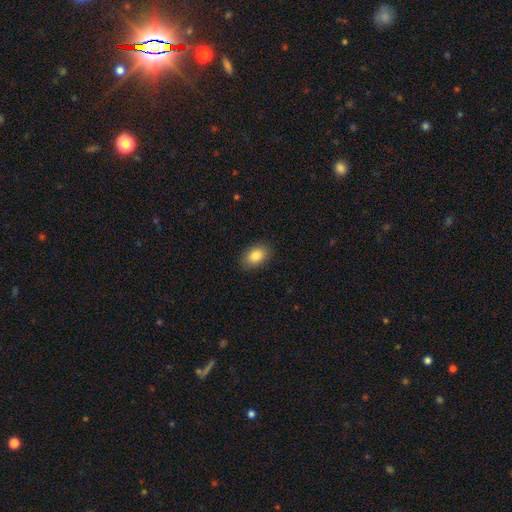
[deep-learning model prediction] Overall: smooth (86%). How rounded: in between (86%). Merging: none (86%).